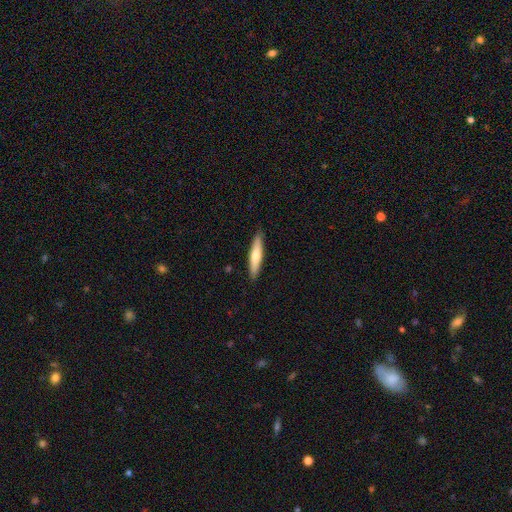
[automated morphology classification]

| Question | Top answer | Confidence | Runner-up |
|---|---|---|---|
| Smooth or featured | smooth | 61% | featured or disk (34%) |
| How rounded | cigar-shaped | 85% | in between (14%) |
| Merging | none | 90% | minor disturbance (8%) |